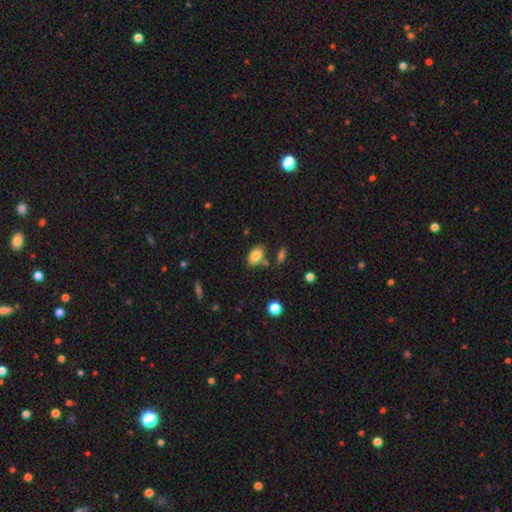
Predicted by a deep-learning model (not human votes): smooth-or-featured: smooth: 83% | featured or disk: 9% | star or artifact: 8%
  how-rounded: in between: 91% | round: 7% | cigar-shaped: 2%
  merging: none: 73% | minor disturbance: 14% | merger: 10% | major disturbance: 4%